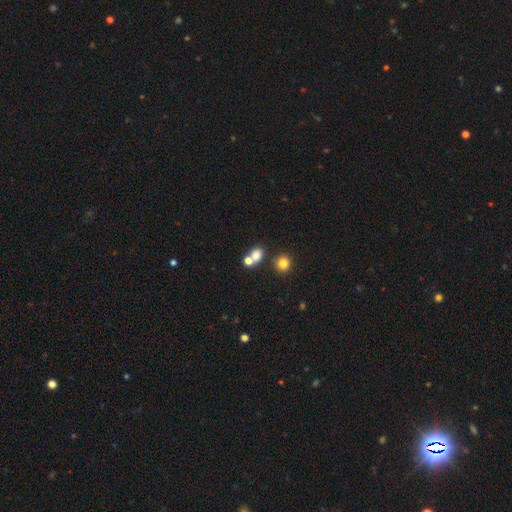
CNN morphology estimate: Smooth or featured? Predicted: smooth (p=0.76). How rounded? Predicted: round (p=0.56). Merging? Predicted: none (p=0.46).